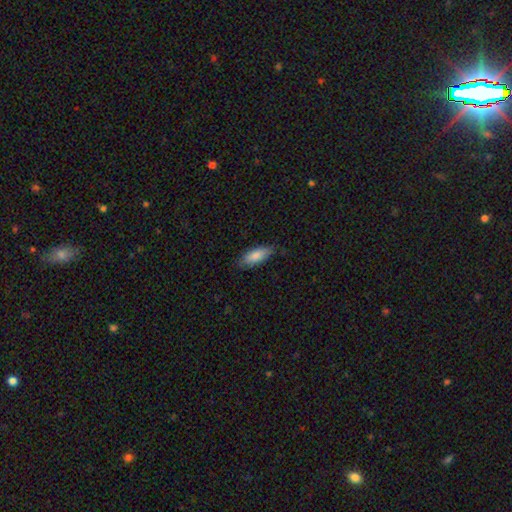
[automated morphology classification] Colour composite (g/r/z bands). It shows a smooth galaxy with no disk features (84%) that is in between round and cigar-shaped (74%). Merging: none (79%).